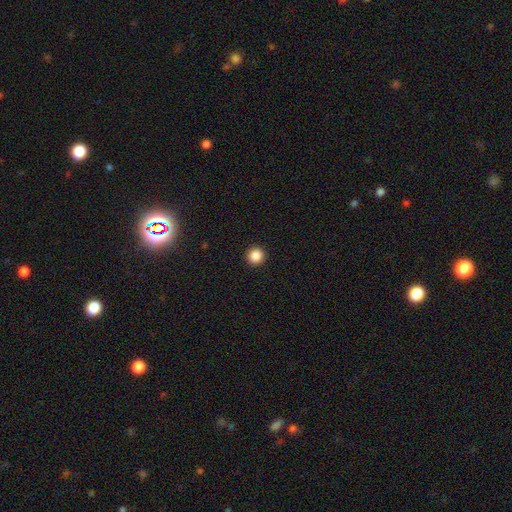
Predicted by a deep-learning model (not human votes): Smooth or featured?
  - smooth: 87% *
  - star or artifact: 10%
  - featured or disk: 3%
How rounded?
  - round: 95% *
  - in between: 4%
  - cigar-shaped: 1%
Merging?
  - none: 93% *
  - minor disturbance: 4%
  - major disturbance: 2%
  - merger: 1%